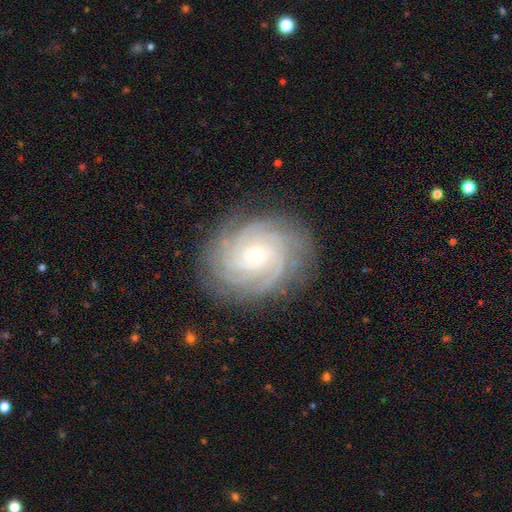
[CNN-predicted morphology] Overall: featured or disk (88%). Edge-on disk: no (98%). Bar: no (72%). Spiral arms: yes (98%). Spiral arm count: 4 (30%; more than 4 27%). Spiral winding: tight (80%). Bulge size: small (71%). Merging: none (84%).